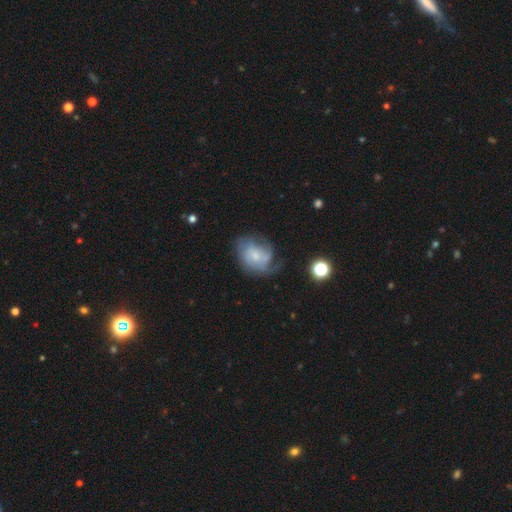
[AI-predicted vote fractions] Overall: featured or disk (66%; smooth 26%). Edge-on disk: no (97%). Bar: no (62%; weak 33%). Spiral arms: yes (86%). Spiral arm count: can't tell (38%; 2 27%). Spiral winding: tight (41%; medium 39%). Bulge size: small (58%; moderate 29%). Merging: none (49%; minor disturbance 26%).